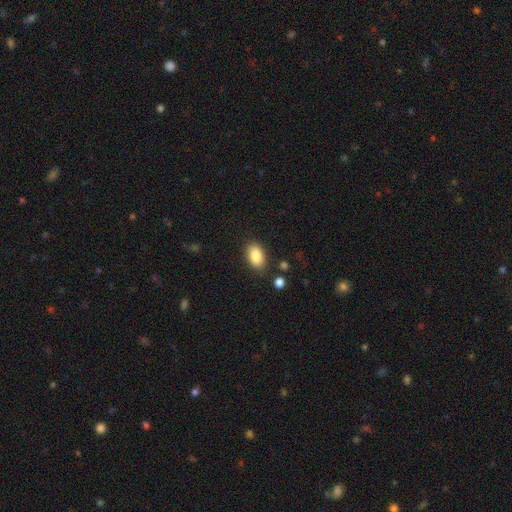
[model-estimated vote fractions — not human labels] Smooth or featured?
  - smooth: 87% *
  - star or artifact: 7%
  - featured or disk: 6%
How rounded?
  - in between: 91% *
  - round: 8%
  - cigar-shaped: 2%
Merging?
  - none: 84% *
  - minor disturbance: 11%
  - major disturbance: 3%
  - merger: 3%